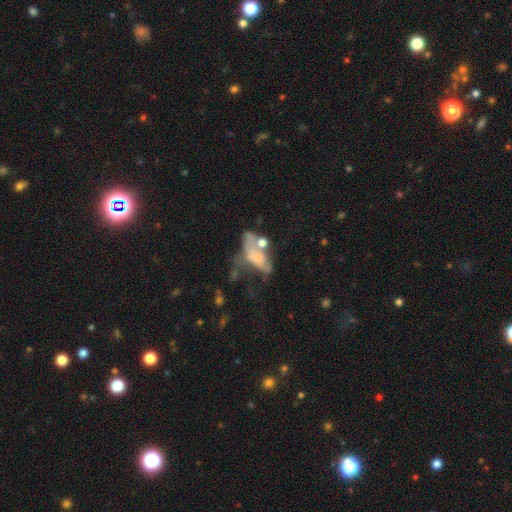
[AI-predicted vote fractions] Smooth or featured? featured or disk (47%)
Merging? major disturbance (34%, tied with merger)